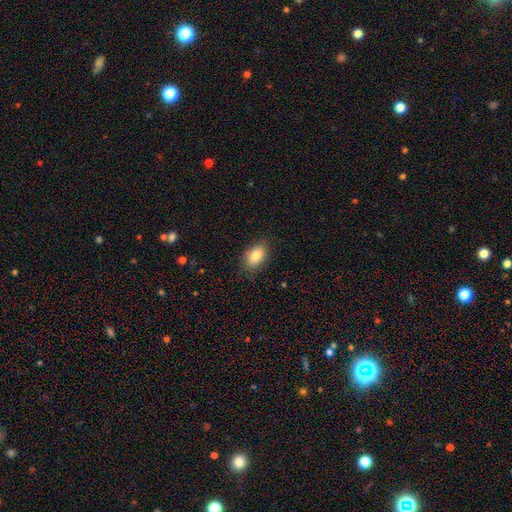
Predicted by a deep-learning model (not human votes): Smooth or featured?
  - smooth: 83% *
  - featured or disk: 9%
  - star or artifact: 8%
How rounded?
  - in between: 90% *
  - round: 8%
  - cigar-shaped: 2%
Merging?
  - none: 85% *
  - minor disturbance: 12%
  - major disturbance: 3%
  - merger: 1%